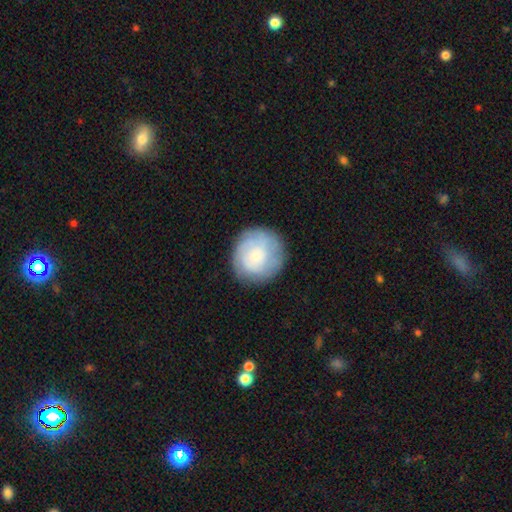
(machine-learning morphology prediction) smooth-or-featured: smooth: 58% | featured or disk: 35% | star or artifact: 8%
  how-rounded: round: 89% | in between: 10% | cigar-shaped: 1%
  merging: none: 80% | minor disturbance: 14% | major disturbance: 5% | merger: 1%